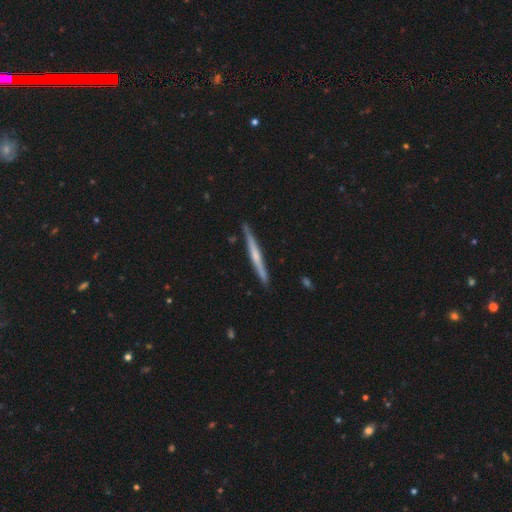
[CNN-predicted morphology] smooth_or_featured: featured or disk (p=0.63) [alt: smooth p=0.32]
disk_edge_on: yes (p=0.98) [alt: no p=0.02]
edge_on_bulge: rounded (p=0.48) [alt: none p=0.43]
merging: none (p=0.89) [alt: minor disturbance p=0.08]